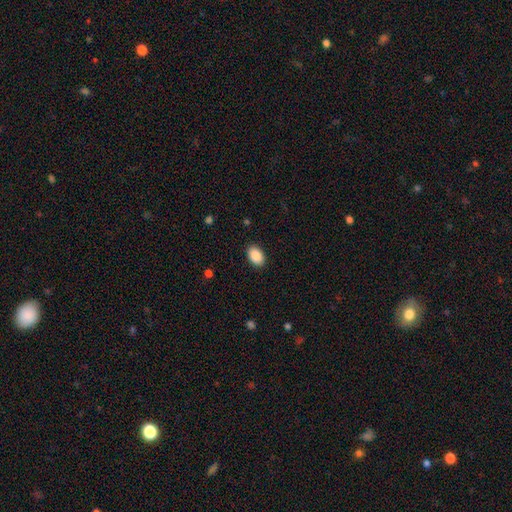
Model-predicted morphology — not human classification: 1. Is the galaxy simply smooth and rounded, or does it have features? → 89% smooth, 7% star or artifact, 3% featured or disk.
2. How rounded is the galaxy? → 88% in between, 11% round, 1% cigar-shaped.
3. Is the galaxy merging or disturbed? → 89% none, 8% minor disturbance, 2% major disturbance, 1% merger.